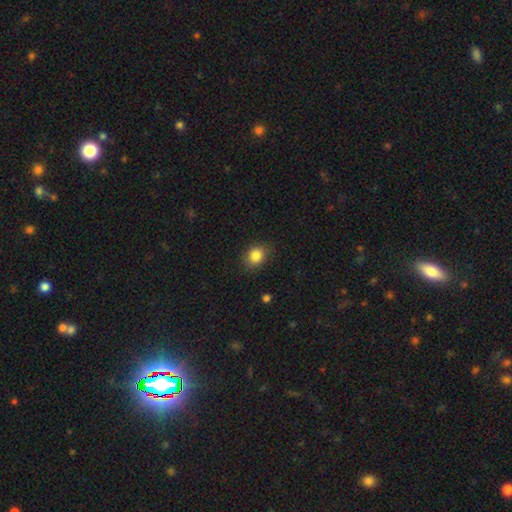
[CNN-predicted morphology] A smooth galaxy with no disk features (85%) that is round (59%).

Vote fractions:
- Smooth or featured? smooth: 85% / star or artifact: 10% / featured or disk: 5%
- How rounded? round: 59% / in between: 40% / cigar-shaped: 1%
- Merging? none: 84% / minor disturbance: 12% / major disturbance: 3% / merger: 1%